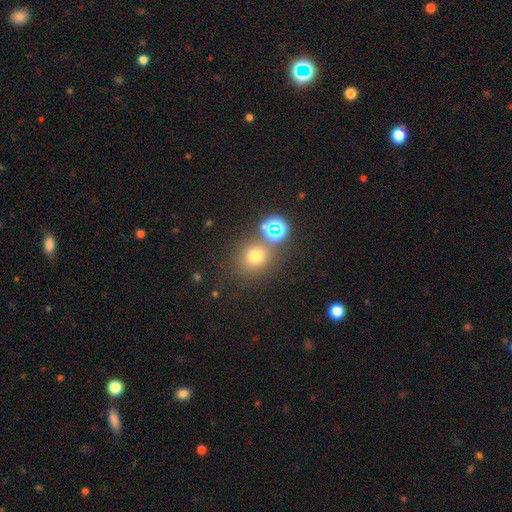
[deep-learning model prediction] A smooth galaxy with no disk features (66%) that is round (84%). Merging: none (71%).